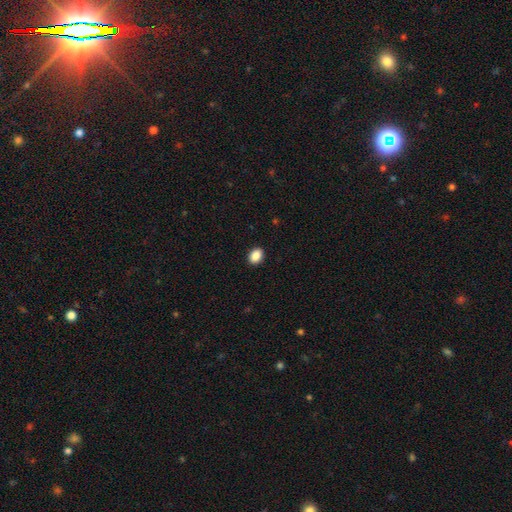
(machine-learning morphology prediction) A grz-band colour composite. It shows a smooth galaxy with no disk features (89%) that is in between round and cigar-shaped (70%). Merging: none (91%).